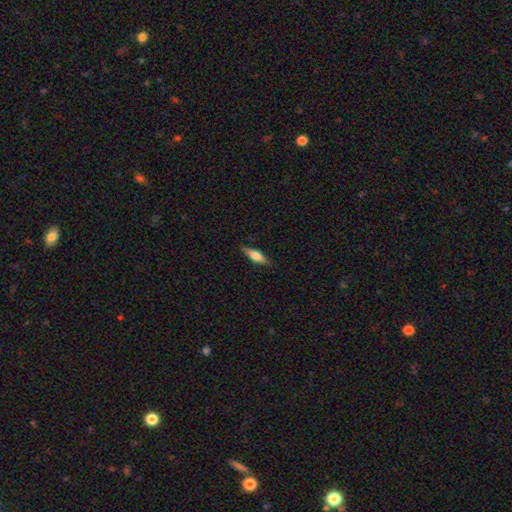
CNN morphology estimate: Q: Smooth or featured?
A: smooth (55%); runner-up: featured or disk (38%)
Q: How rounded?
A: cigar-shaped (57%); runner-up: in between (40%)
Q: Merging?
A: none (85%); runner-up: minor disturbance (11%)